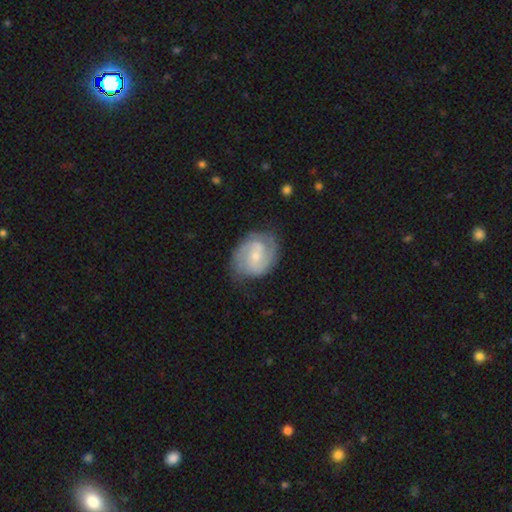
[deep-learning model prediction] This appears to be a featured or disk galaxy (81%) with no bar (45%, tied with weak), 2 (71%) tight (47%) spiral arms (95%) and a small central bulge (65%). Merging: none (72%).